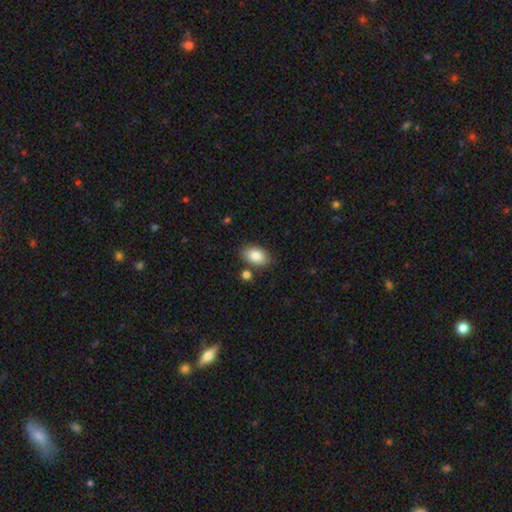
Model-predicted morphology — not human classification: smooth 85%, featured or disk 8%, star or artifact 7%. Down the decision tree: how rounded — in between (91%); merging — none (79%).